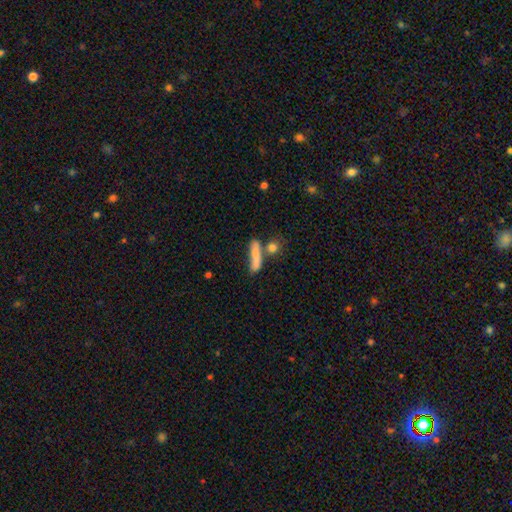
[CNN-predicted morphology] Overall: smooth (76%). How rounded: cigar-shaped (72%). Merging: none (49%; merger 22%).